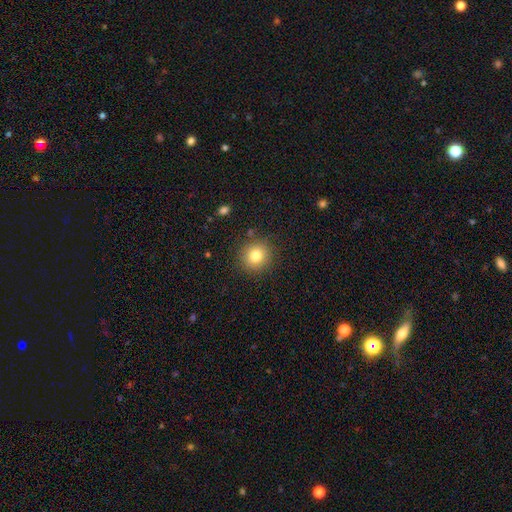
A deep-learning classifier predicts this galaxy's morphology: smooth 80%, star or artifact 12%, featured or disk 9%. Down the decision tree: how rounded — round (91%); merging — none (89%).